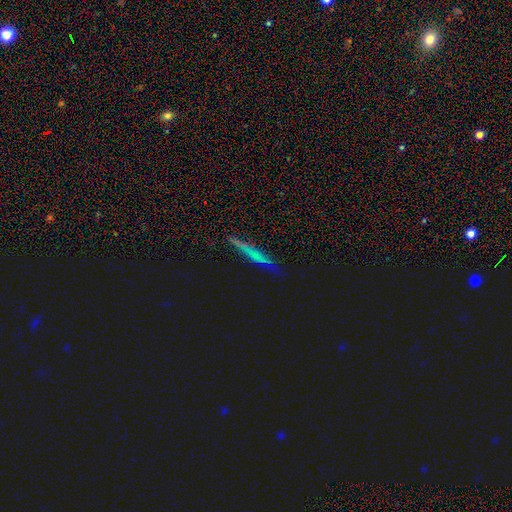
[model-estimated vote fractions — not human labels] This is marginally a smooth galaxy (42%). Merging: likely none (79%).